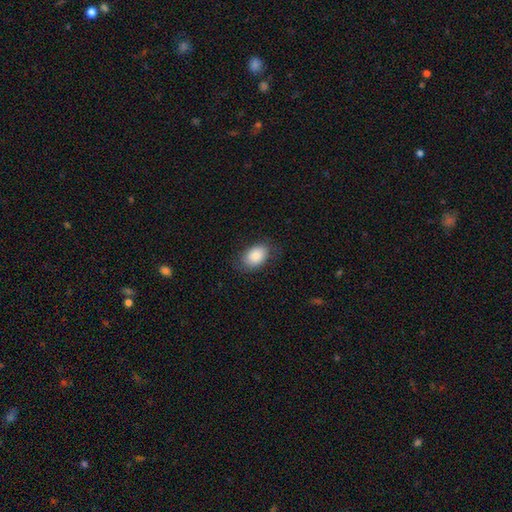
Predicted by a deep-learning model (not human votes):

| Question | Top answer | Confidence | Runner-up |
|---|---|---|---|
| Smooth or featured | smooth | 85% | featured or disk (8%) |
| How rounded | in between | 86% | round (13%) |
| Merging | none | 79% | minor disturbance (15%) |